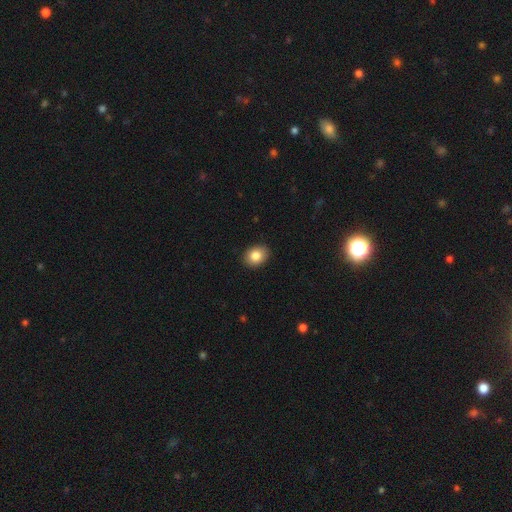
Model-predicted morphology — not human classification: The model was most divided on "how rounded": in between: 57%, round: 43%, cigar-shaped: 1%. More confident: merging — none (90%); smooth or featured — smooth (85%).